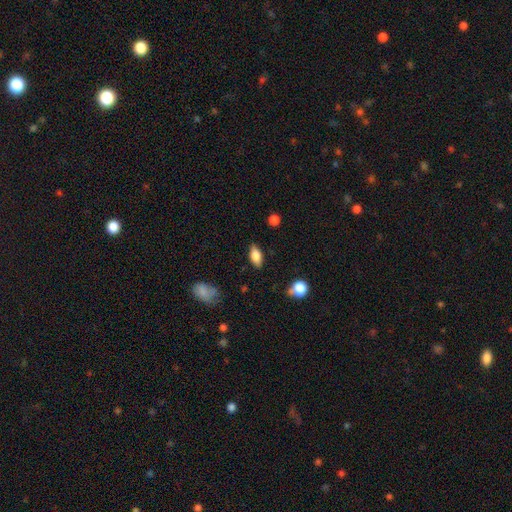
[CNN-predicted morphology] smooth 76%, featured or disk 16%, star or artifact 8%. Down the decision tree: how rounded — in between (85%); merging — none (82%).